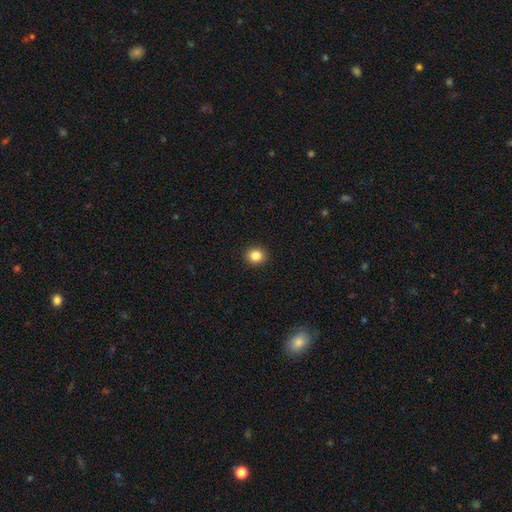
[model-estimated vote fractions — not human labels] Morphology: type=smooth (84%); roundness=round (85%); merging=none (93%).